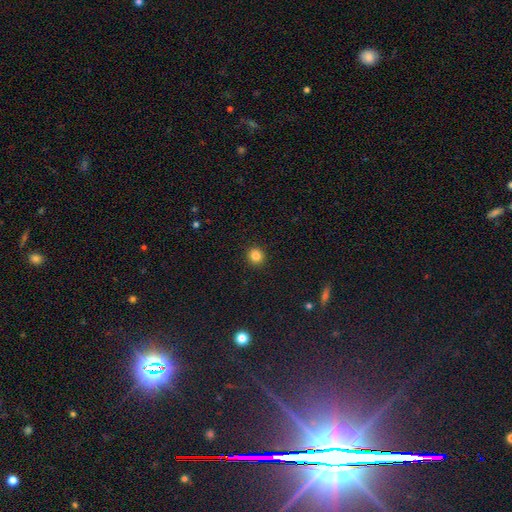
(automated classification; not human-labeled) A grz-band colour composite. It shows a smooth galaxy with no disk features (84%) that is round (91%). Merging: none (92%).